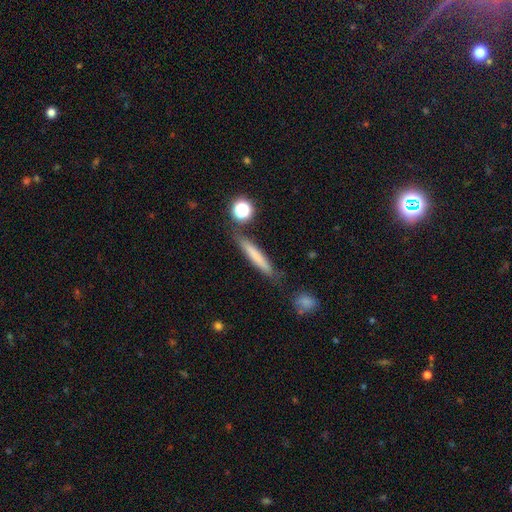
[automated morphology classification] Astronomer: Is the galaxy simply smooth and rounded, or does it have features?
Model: smooth — 70%.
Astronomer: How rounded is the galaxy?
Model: cigar-shaped — 93%.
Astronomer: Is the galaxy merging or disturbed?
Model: none — 80%.